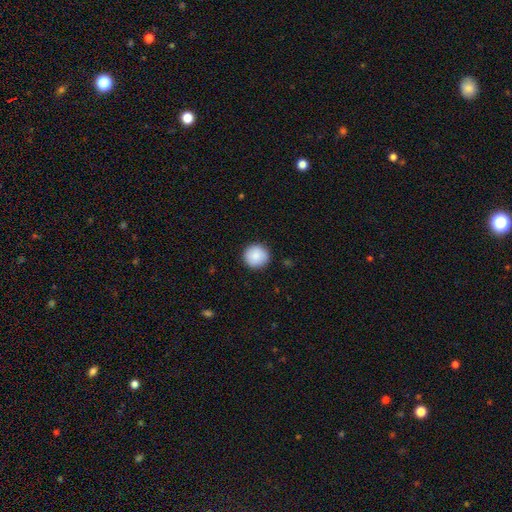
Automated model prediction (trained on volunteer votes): This is clearly a smooth galaxy (89%). How rounded: clearly round (94%). Merging: clearly none (91%).